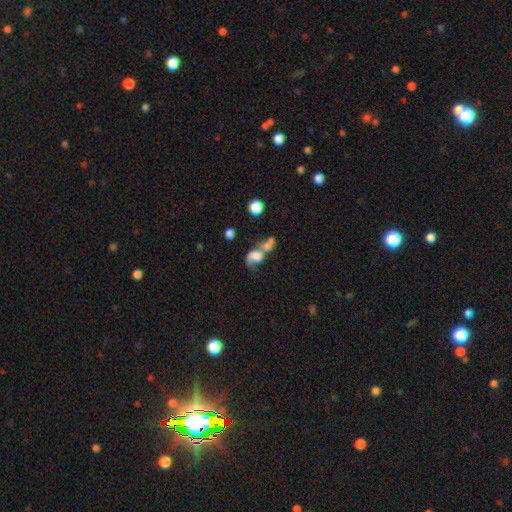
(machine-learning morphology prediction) This appears to be a featured or disk galaxy (45%). Merging: merger (59%).